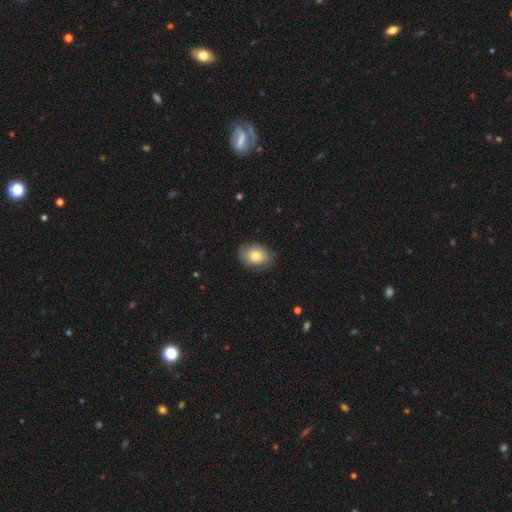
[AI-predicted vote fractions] smooth_or_featured: smooth (p=0.79) [alt: featured or disk p=0.14]
how_rounded: in between (p=0.73) [alt: round p=0.26]
merging: none (p=0.81) [alt: minor disturbance p=0.15]